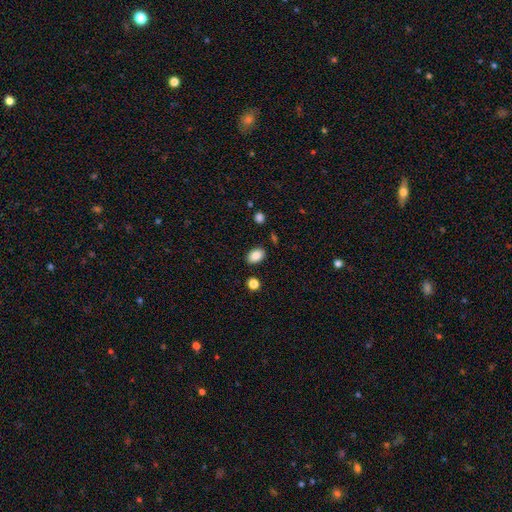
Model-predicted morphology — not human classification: Smooth or featured? Predicted: smooth (p=0.88). How rounded? Predicted: in between (p=0.84). Merging? Predicted: none (p=0.84).